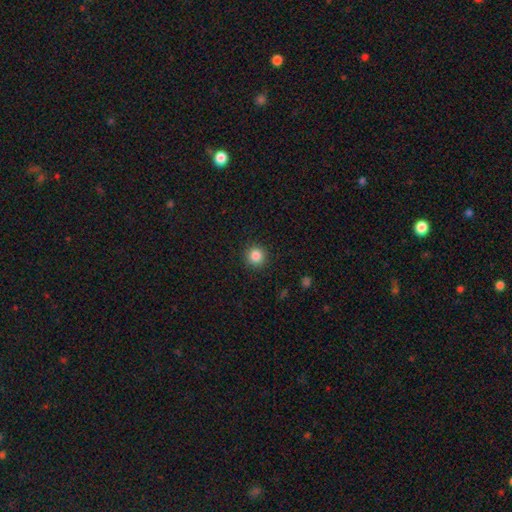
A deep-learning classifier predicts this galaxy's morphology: Overall: smooth (85%). How rounded: round (95%). Merging: none (92%).